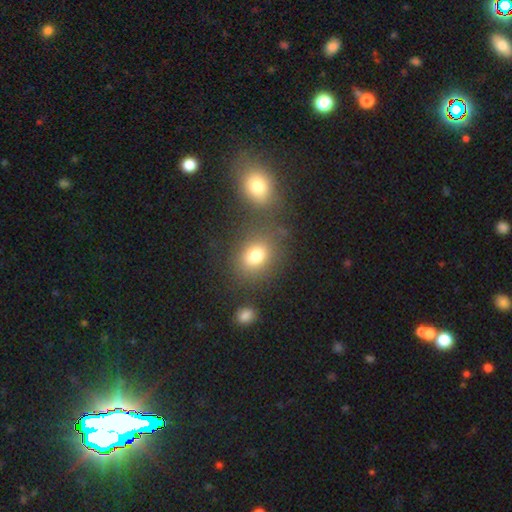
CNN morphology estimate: smooth_or_featured: smooth (p=0.78) [alt: star or artifact p=0.13]
how_rounded: in between (p=0.50) [alt: round p=0.48]
merging: none (p=0.66) [alt: merger p=0.16]